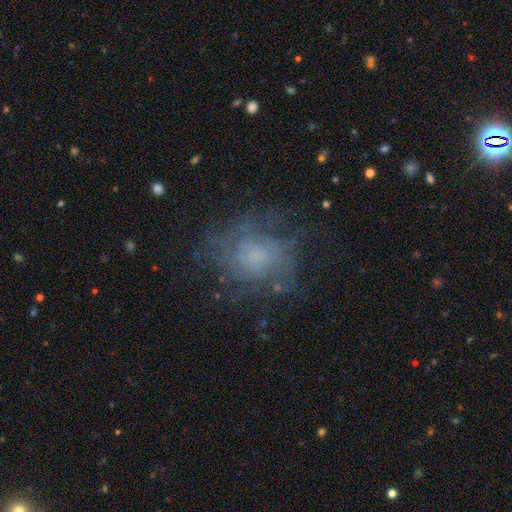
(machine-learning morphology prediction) The model was most divided on "smooth or featured": featured or disk: 49%, smooth: 36%, star or artifact: 15%. More confident: merging — none (64%).